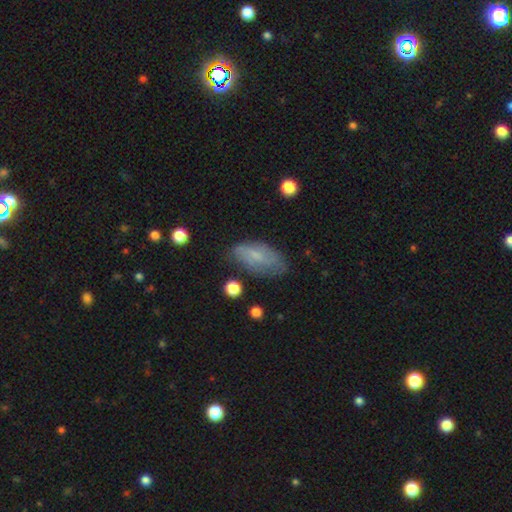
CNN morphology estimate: smooth 58%, featured or disk 34%, star or artifact 8%. Down the decision tree: how rounded — in between (88%); merging — none (63%).